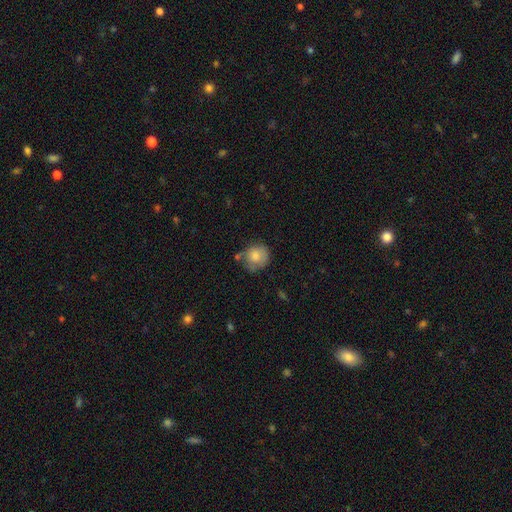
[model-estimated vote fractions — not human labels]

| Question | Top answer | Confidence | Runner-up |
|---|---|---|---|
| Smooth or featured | smooth | 78% | featured or disk (14%) |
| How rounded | round | 83% | in between (16%) |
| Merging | none | 55% | minor disturbance (28%) |